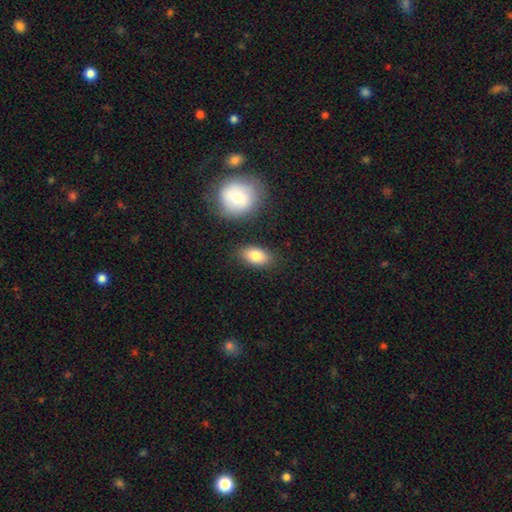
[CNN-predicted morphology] smooth_or_featured: smooth (p=0.83) [alt: featured or disk p=0.09]
how_rounded: in between (p=0.90) [alt: round p=0.08]
merging: none (p=0.82) [alt: minor disturbance p=0.11]